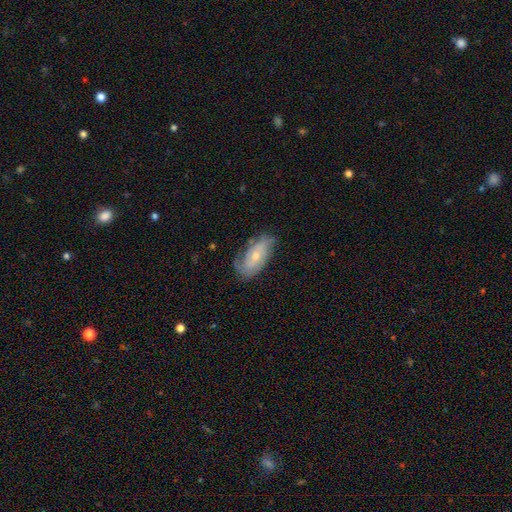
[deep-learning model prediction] smooth_or_featured: featured or disk (p=0.67) [alt: smooth p=0.26]
disk_edge_on: no (p=0.93) [alt: yes p=0.07]
bar: no (p=0.67) [alt: weak p=0.27]
has_spiral_arms: yes (p=0.86) [alt: no p=0.14]
spiral_winding: tight (p=0.45) [alt: medium p=0.37]
spiral_arm_count: 2 (p=0.46) [alt: can't tell p=0.31]
bulge_size: small (p=0.53) [alt: moderate p=0.43]
merging: none (p=0.65) [alt: minor disturbance p=0.25]